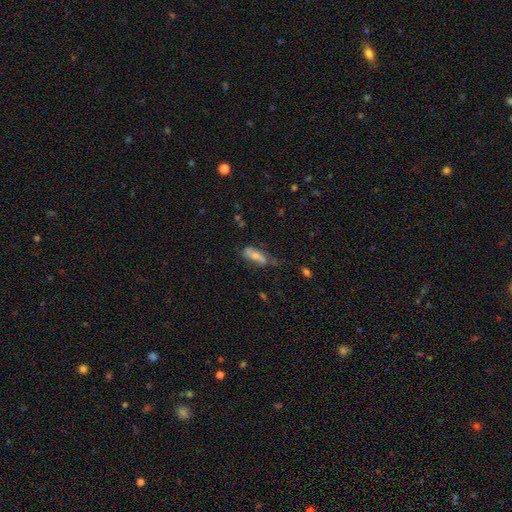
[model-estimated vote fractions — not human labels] smooth_or_featured: smooth (p=0.55) [alt: featured or disk p=0.37]
how_rounded: in between (p=0.63) [alt: cigar-shaped p=0.34]
merging: none (p=0.49) [alt: minor disturbance p=0.31]